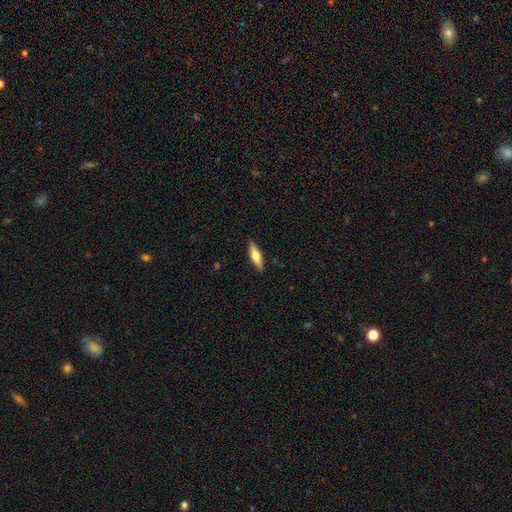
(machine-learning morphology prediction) smooth 53%, featured or disk 42%, star or artifact 6%. Down the decision tree: how rounded — cigar-shaped (59%); merging — none (89%).